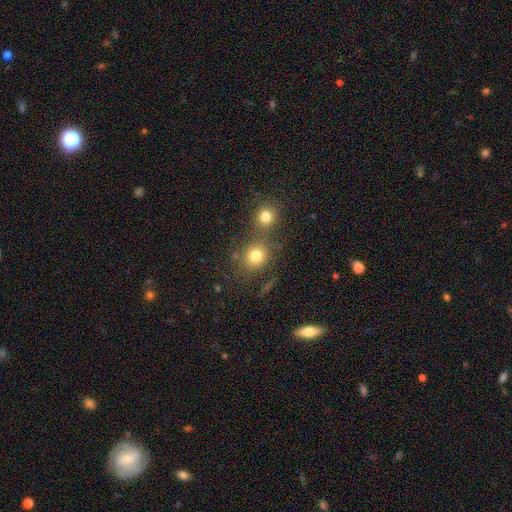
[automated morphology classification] smooth_or_featured: smooth (p=0.77) [alt: star or artifact p=0.14]
how_rounded: round (p=0.83) [alt: in between p=0.16]
merging: none (p=0.51) [alt: merger p=0.36]